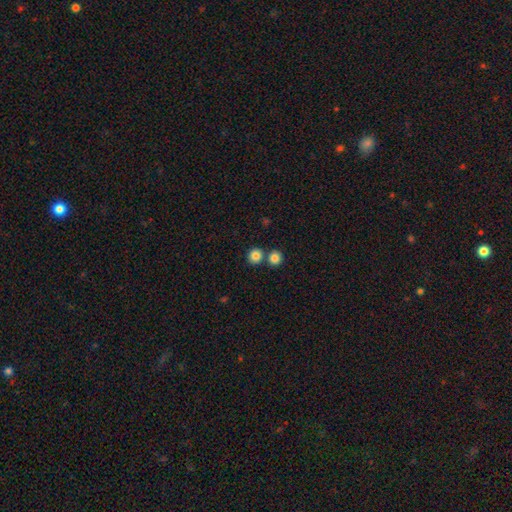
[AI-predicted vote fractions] Q: Smooth or featured?
A: smooth (84%); runner-up: star or artifact (11%)
Q: How rounded?
A: round (87%); runner-up: in between (12%)
Q: Merging?
A: none (68%); runner-up: merger (23%)